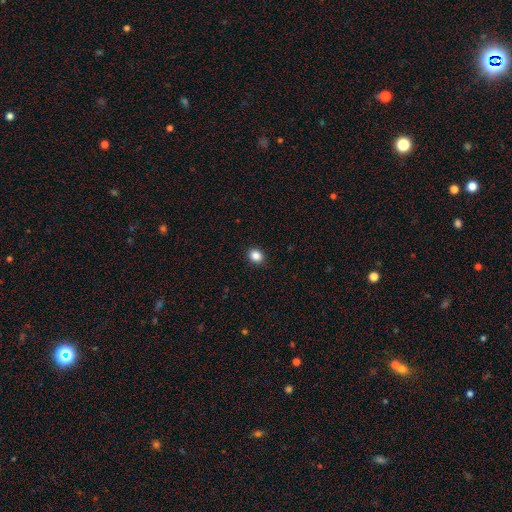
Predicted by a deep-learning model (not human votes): This is clearly a smooth galaxy (87%). How rounded: likely round (71%). Merging: clearly none (91%).